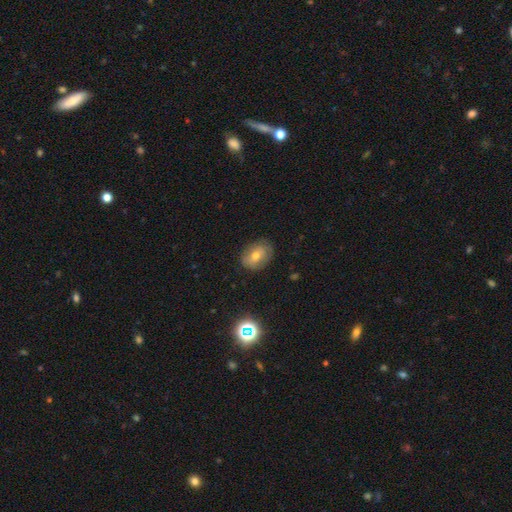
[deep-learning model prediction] Smooth or featured: smooth — 59% (featured or disk — 30%)
How rounded: in between — 65% (round — 33%)
Merging: none — 80% (minor disturbance — 15%)